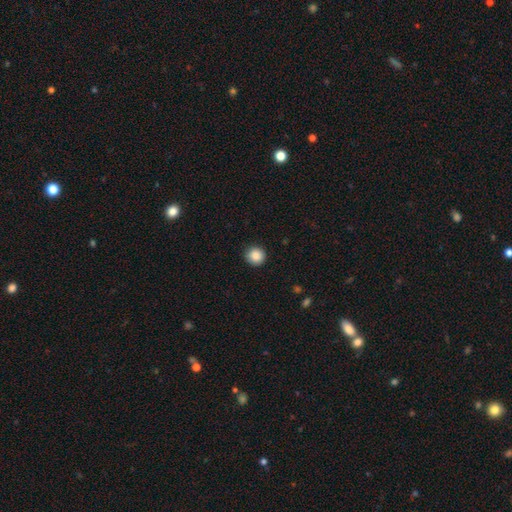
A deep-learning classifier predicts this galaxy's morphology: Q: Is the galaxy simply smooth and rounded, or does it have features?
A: smooth — 88%.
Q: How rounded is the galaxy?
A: round — 94%.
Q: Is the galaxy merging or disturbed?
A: none — 91%.